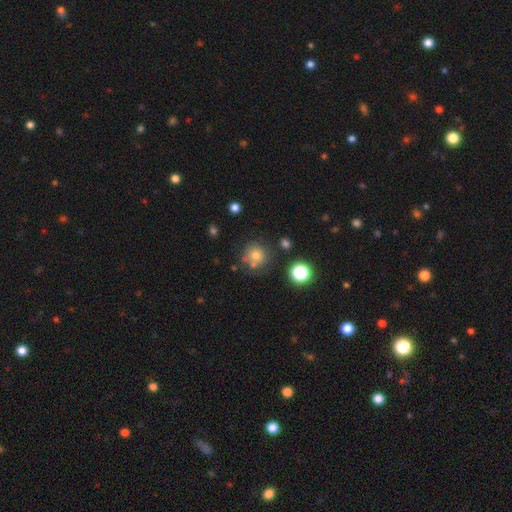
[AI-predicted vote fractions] Smooth or featured? Predicted: smooth (p=0.72). How rounded? Predicted: round (p=0.91). Merging? Predicted: none (p=0.66).